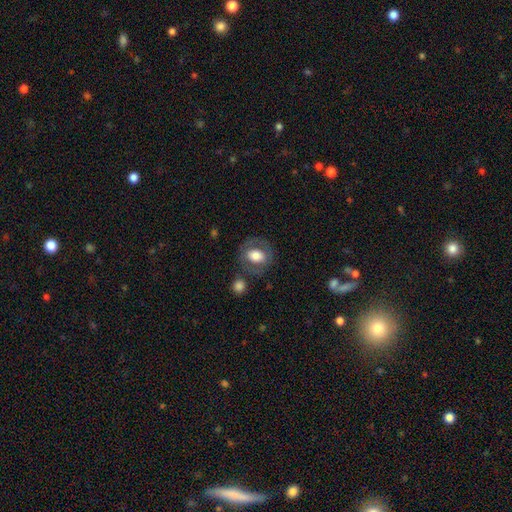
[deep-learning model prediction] Smooth or featured?
  - smooth: 61% *
  - featured or disk: 32%
  - star or artifact: 7%
How rounded?
  - round: 50% *
  - in between: 49%
  - cigar-shaped: 1%
Merging?
  - none: 70% *
  - minor disturbance: 15%
  - major disturbance: 9%
  - merger: 6%